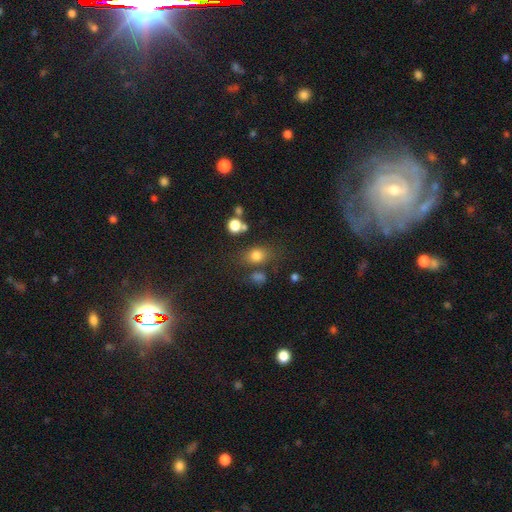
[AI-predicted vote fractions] smooth 76%, star or artifact 14%, featured or disk 9%. Down the decision tree: how rounded — in between (58%); merging — none (66%).